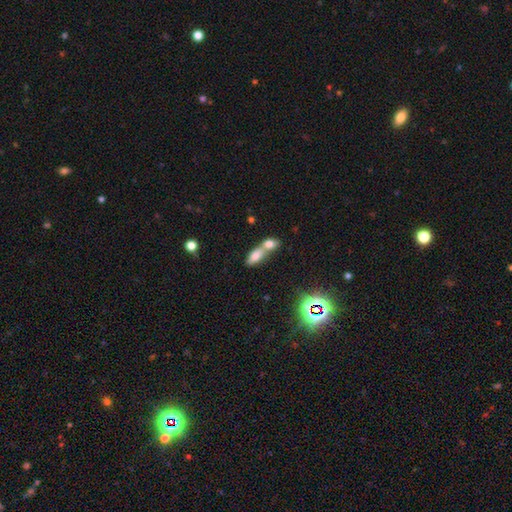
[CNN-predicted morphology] Smooth or featured? smooth (73%)
How rounded? in between (76%)
Merging? merger (71%)